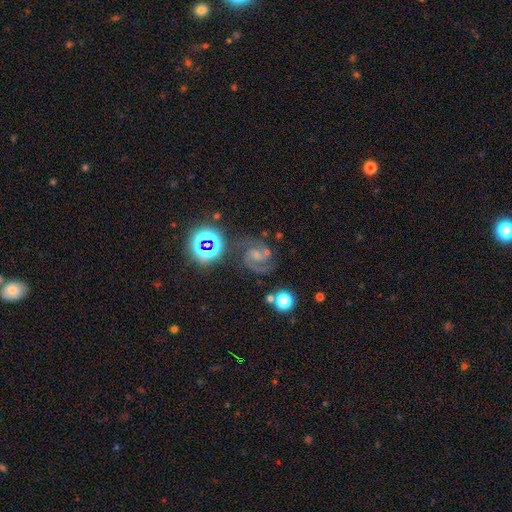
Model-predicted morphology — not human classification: Smooth or featured? featured or disk (79%)
Edge-on disk? no (98%)
Bar? weak (45%)
Spiral arms? yes (97%)
Spiral winding? medium (61%)
Spiral arm count? 2 (89%)
Bulge size? small (43%)
Merging? none (65%)